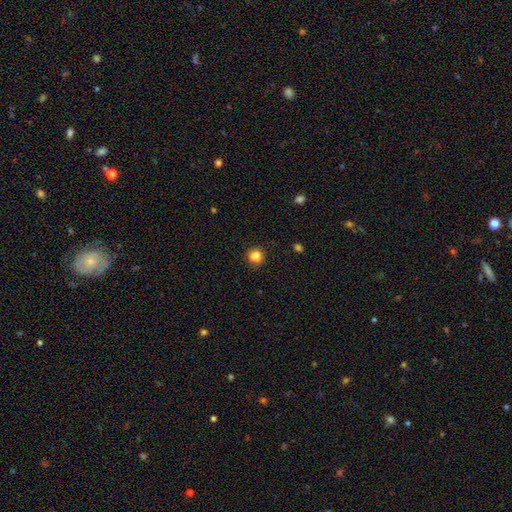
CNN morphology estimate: Smooth or featured?
  - smooth: 83% *
  - star or artifact: 12%
  - featured or disk: 5%
How rounded?
  - round: 85% *
  - in between: 14%
  - cigar-shaped: 1%
Merging?
  - none: 82% *
  - minor disturbance: 12%
  - major disturbance: 3%
  - merger: 2%